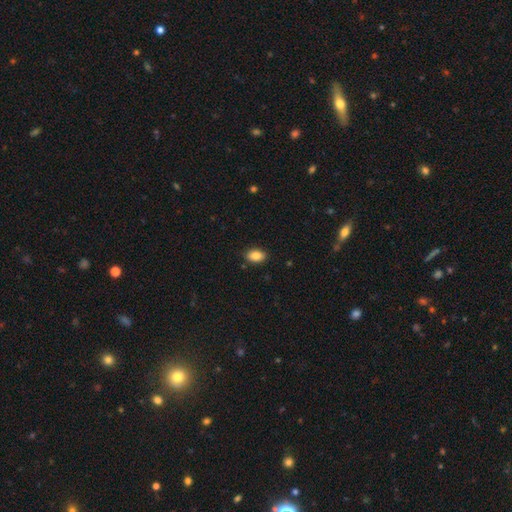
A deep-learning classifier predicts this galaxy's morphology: A smooth galaxy with no disk features (87%) that is in between round and cigar-shaped (88%). Merging: none (87%).